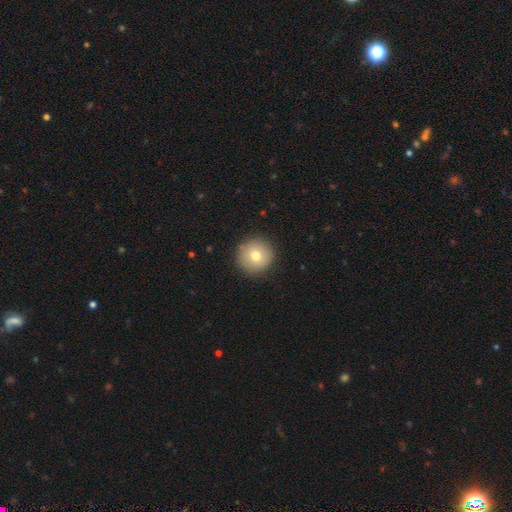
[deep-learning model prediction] smooth-or-featured: smooth: 76% | featured or disk: 14% | star or artifact: 10%
  how-rounded: round: 95% | in between: 4% | cigar-shaped: 1%
  merging: none: 91% | minor disturbance: 6% | major disturbance: 2% | merger: 1%